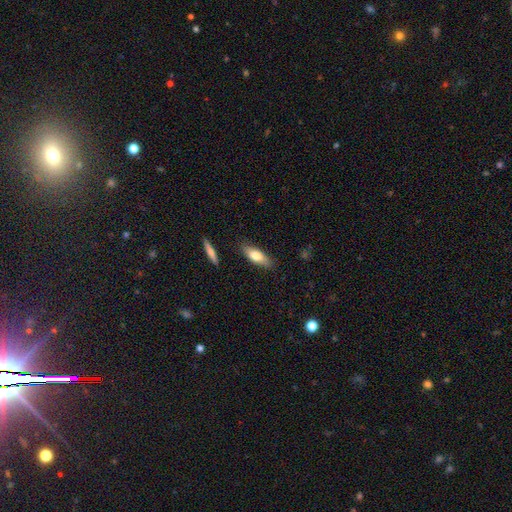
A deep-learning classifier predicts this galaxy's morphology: A smooth galaxy with no disk features (72%) that is in between round and cigar-shaped (62%). Merging: none (84%).